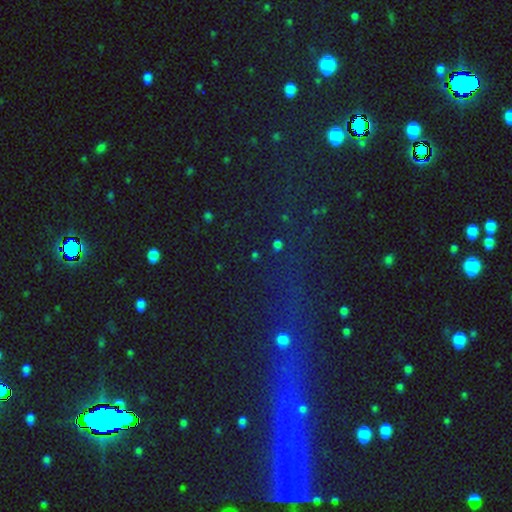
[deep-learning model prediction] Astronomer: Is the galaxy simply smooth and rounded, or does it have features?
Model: star or artifact — 61%.